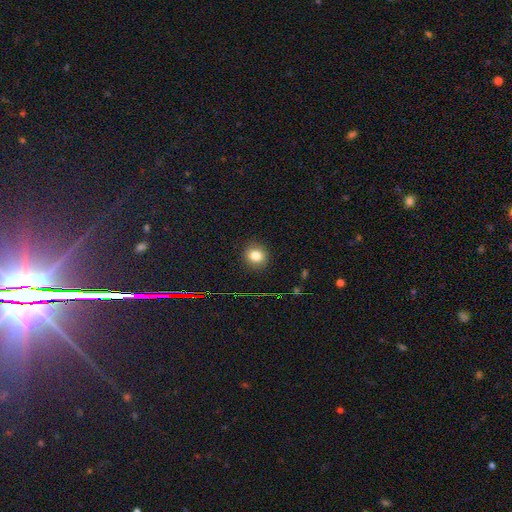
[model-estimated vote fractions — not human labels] Smooth or featured?
  - smooth: 81% *
  - star or artifact: 12%
  - featured or disk: 7%
How rounded?
  - round: 78% *
  - in between: 21%
  - cigar-shaped: 1%
Merging?
  - none: 90% *
  - minor disturbance: 7%
  - major disturbance: 2%
  - merger: 1%